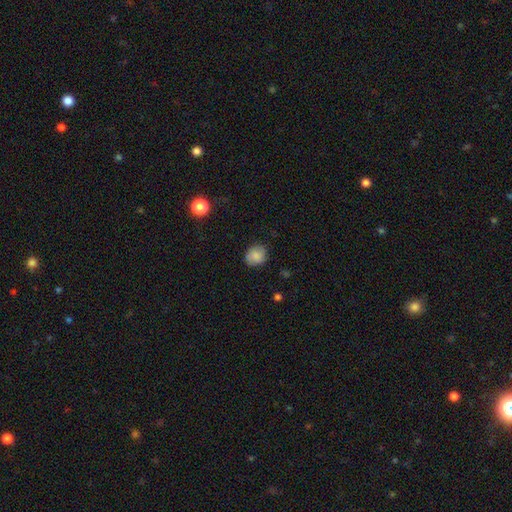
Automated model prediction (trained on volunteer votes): Smooth or featured? smooth (85%)
How rounded? round (71%)
Merging? none (81%)